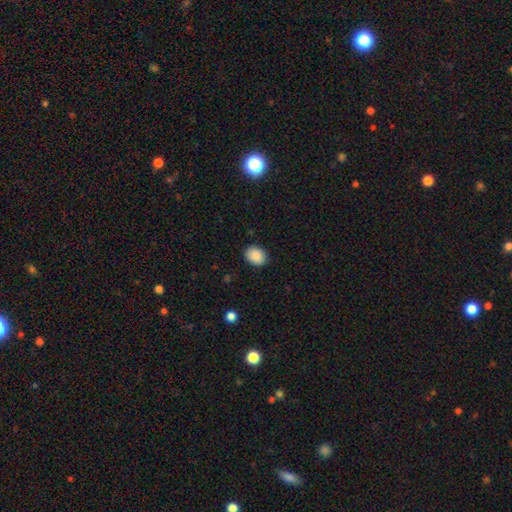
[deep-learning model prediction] Q: Smooth or featured?
A: smooth (89%); runner-up: star or artifact (8%)
Q: How rounded?
A: in between (55%); runner-up: round (44%)
Q: Merging?
A: none (87%); runner-up: minor disturbance (10%)